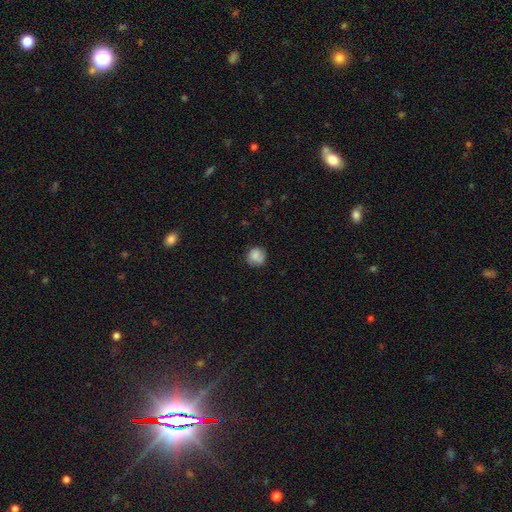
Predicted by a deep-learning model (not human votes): Smooth or featured? smooth (78%)
How rounded? round (88%)
Merging? none (72%)